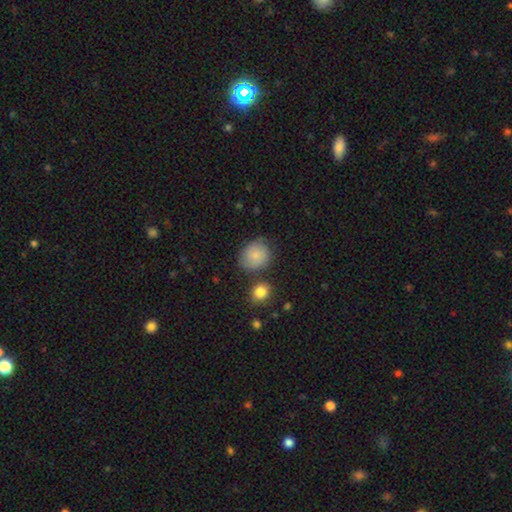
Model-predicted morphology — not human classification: This appears to be a smooth galaxy with no disk features (79%) that is round (72%). Merging: none (70%).